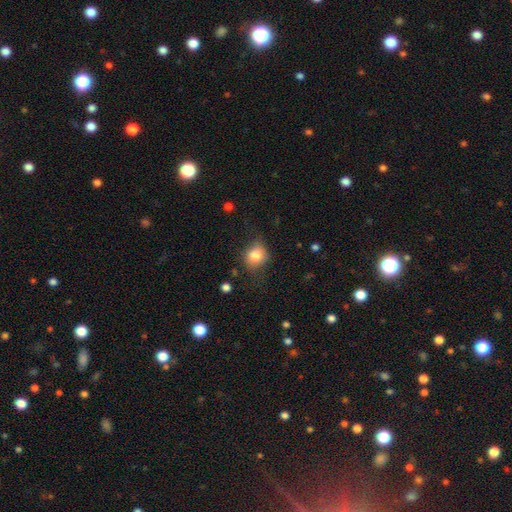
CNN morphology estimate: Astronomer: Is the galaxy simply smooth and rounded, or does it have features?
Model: smooth — 79%.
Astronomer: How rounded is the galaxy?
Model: round — 74%.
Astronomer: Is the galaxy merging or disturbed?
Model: none — 71%.